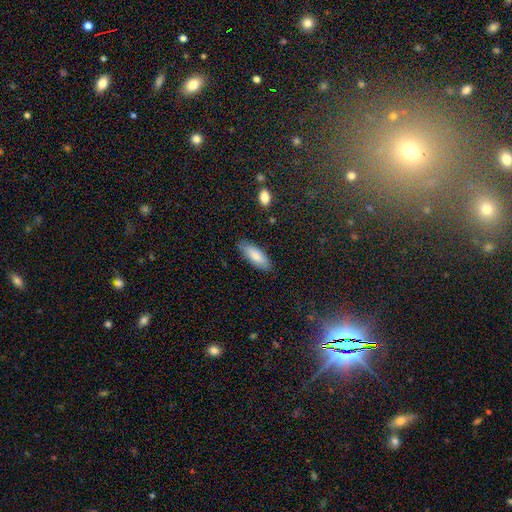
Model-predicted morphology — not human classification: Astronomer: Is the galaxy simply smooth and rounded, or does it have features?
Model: smooth — 83%.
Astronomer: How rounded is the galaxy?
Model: in between — 68%.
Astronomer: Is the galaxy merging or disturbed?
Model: none — 84%.